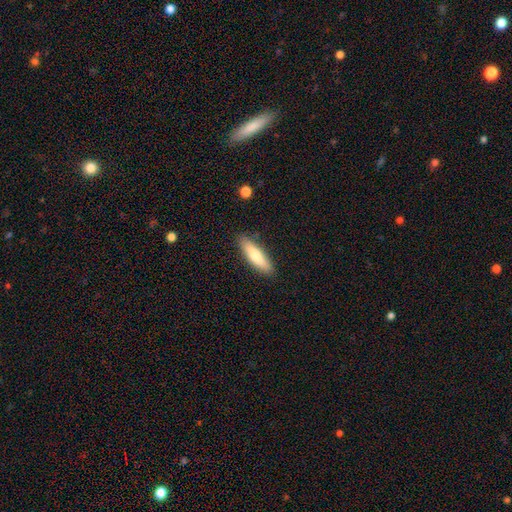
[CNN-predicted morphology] smooth-or-featured: smooth: 76% | featured or disk: 19% | star or artifact: 6%
  how-rounded: cigar-shaped: 65% | in between: 33% | round: 1%
  merging: none: 85% | minor disturbance: 11% | major disturbance: 2% | merger: 1%